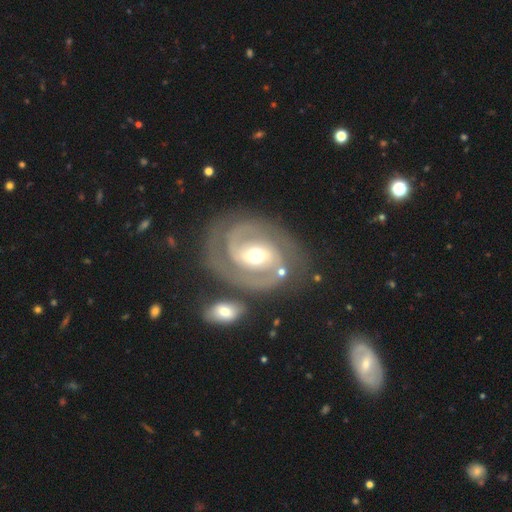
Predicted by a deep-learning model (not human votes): Overall: featured or disk (90%). Edge-on disk: no (97%). Bar: weak (43%; strong 29%). Spiral arms: yes (97%). Spiral arm count: 2 (87%). Spiral winding: tight (53%; medium 40%). Bulge size: moderate (69%). Merging: none (69%).